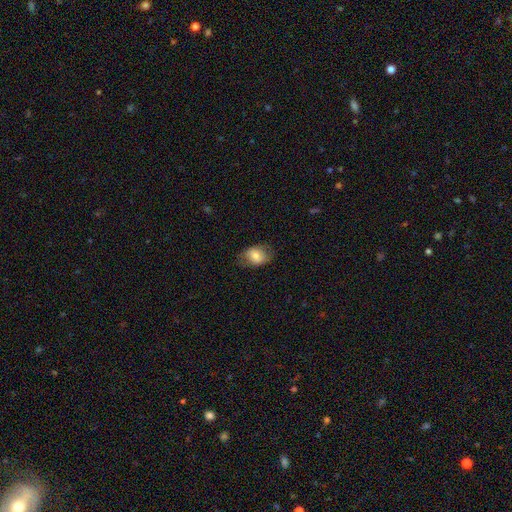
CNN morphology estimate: Q: Smooth or featured?
A: smooth (73%); runner-up: featured or disk (20%)
Q: How rounded?
A: in between (73%); runner-up: round (26%)
Q: Merging?
A: none (72%); runner-up: minor disturbance (19%)